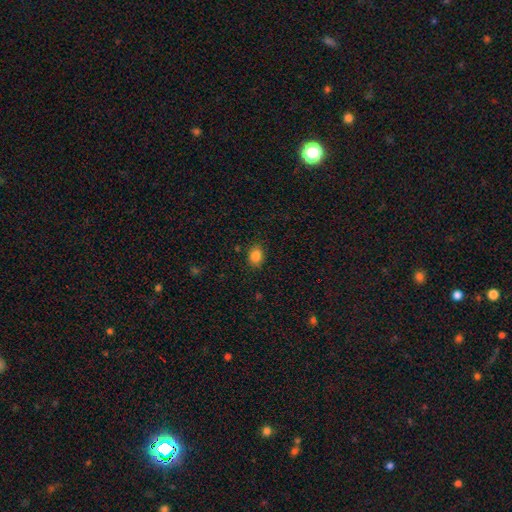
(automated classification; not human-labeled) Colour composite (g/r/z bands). It shows a smooth galaxy with no disk features (85%) that is in between round and cigar-shaped (57%). Merging: none (87%).